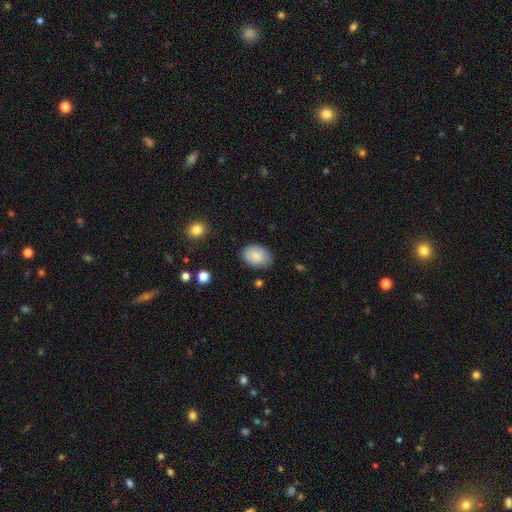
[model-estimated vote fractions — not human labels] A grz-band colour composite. It shows a smooth galaxy with no disk features (84%) that is in between round and cigar-shaped (78%). Merging: none (76%).